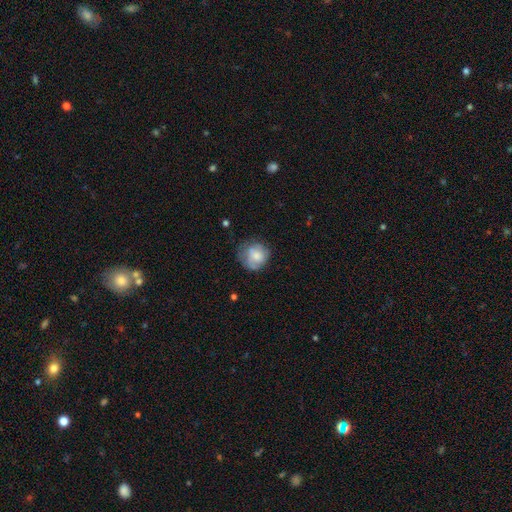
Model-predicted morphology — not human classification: Smooth or featured? smooth (68%)
How rounded? round (83%)
Merging? none (54%)